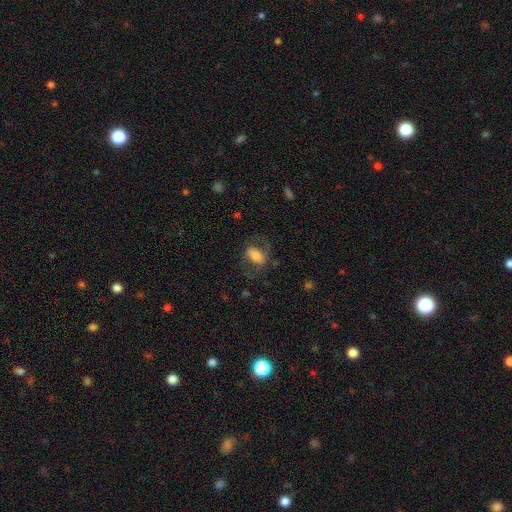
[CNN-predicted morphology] A smooth galaxy with no disk features (49%).

Vote fractions:
- Smooth or featured? smooth: 49% / featured or disk: 43% / star or artifact: 9%
- Merging? none: 62% / major disturbance: 19% / minor disturbance: 18% / merger: 2%